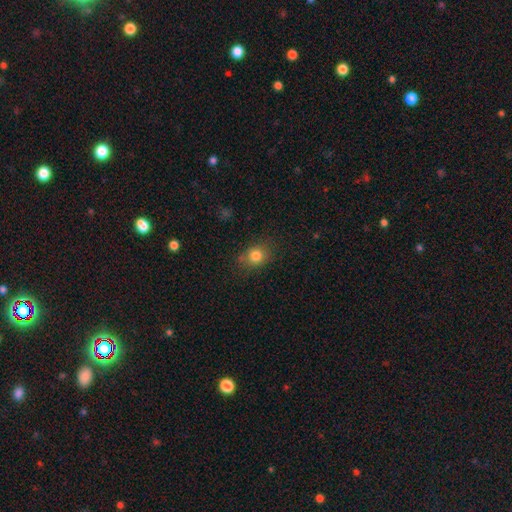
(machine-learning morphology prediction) The model was most divided on "how rounded": round: 62%, in between: 37%, cigar-shaped: 1%. More confident: smooth or featured — smooth (81%); merging — none (77%).